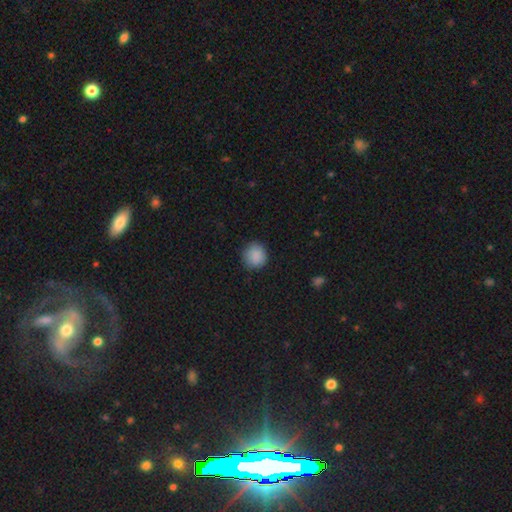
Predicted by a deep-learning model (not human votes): Overall: smooth (89%). How rounded: round (89%). Merging: none (87%).